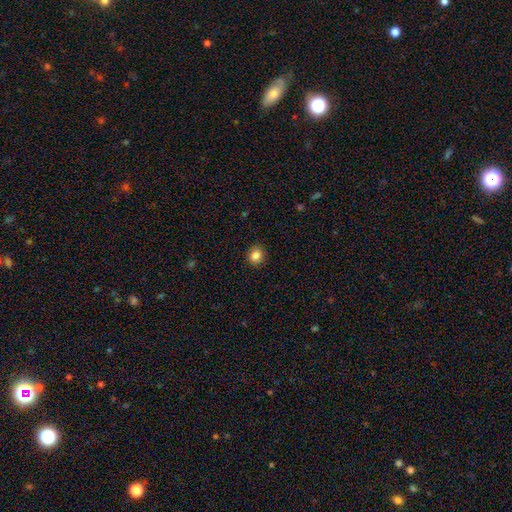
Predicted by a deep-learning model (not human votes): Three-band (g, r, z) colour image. It shows a smooth galaxy with no disk features (85%) that is round (78%). Merging: none (90%).